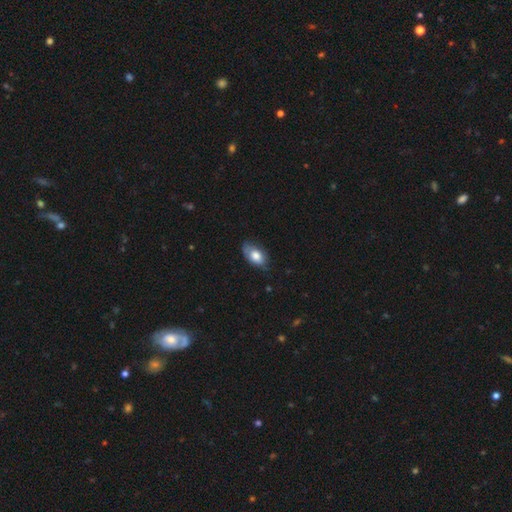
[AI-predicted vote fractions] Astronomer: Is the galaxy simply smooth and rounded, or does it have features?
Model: smooth — 75%.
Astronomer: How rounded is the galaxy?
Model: in between — 90%.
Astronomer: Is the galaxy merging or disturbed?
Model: none — 58%.